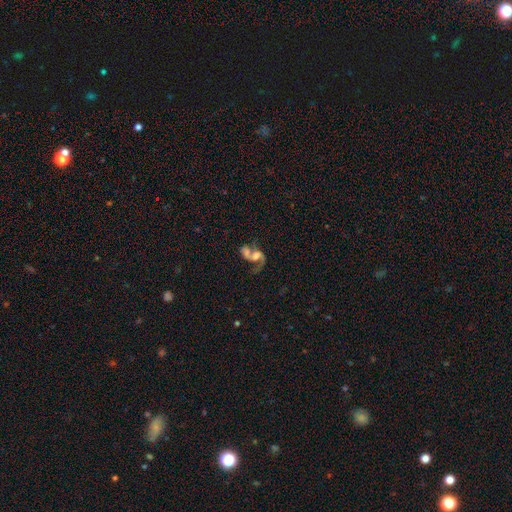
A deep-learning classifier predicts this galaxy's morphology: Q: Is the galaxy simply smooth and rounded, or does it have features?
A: featured or disk — 68%.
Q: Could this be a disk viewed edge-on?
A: no — 97%.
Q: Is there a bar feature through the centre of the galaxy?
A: no — 56%.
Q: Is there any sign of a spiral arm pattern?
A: yes — 82%.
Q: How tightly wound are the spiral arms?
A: loose — 66%.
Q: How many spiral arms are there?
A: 2 — 59%.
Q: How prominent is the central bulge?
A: moderate — 37%.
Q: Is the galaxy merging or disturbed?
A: merger — 65%.